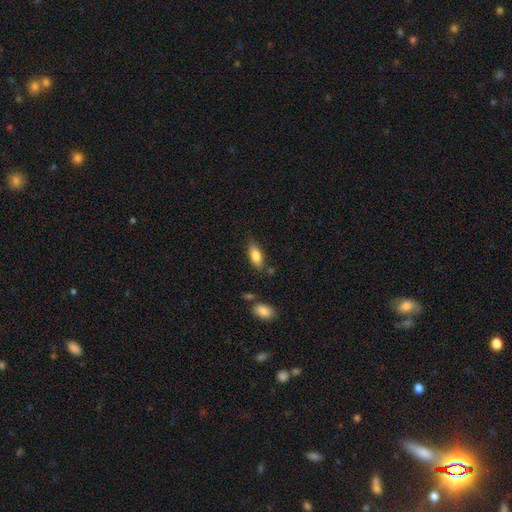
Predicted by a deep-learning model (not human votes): This appears to be a smooth galaxy with no disk features (82%) that is in between round and cigar-shaped (83%). Merging: none (72%).